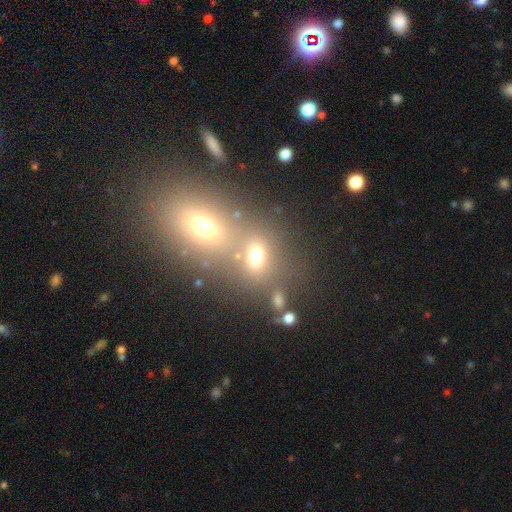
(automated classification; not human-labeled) A smooth galaxy with no disk features (63%) that is in between round and cigar-shaped (56%).

Vote fractions:
- Smooth or featured? smooth: 63% / star or artifact: 20% / featured or disk: 17%
- How rounded? in between: 56% / round: 42% / cigar-shaped: 3%
- Merging? merger: 50% / none: 37% / minor disturbance: 8% / major disturbance: 5%